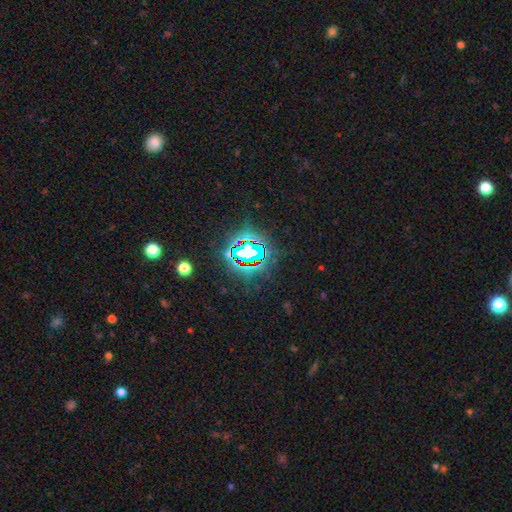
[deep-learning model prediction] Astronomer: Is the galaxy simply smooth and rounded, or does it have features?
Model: star or artifact — 81%.